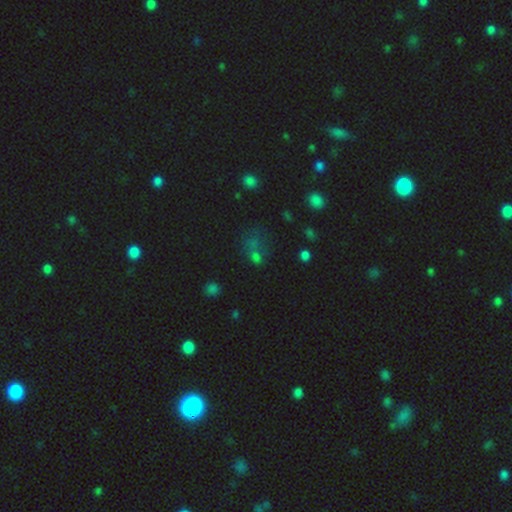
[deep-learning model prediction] smooth_or_featured: smooth (p=0.49) [alt: star or artifact p=0.38]
merging: none (p=0.41) [alt: merger p=0.26]